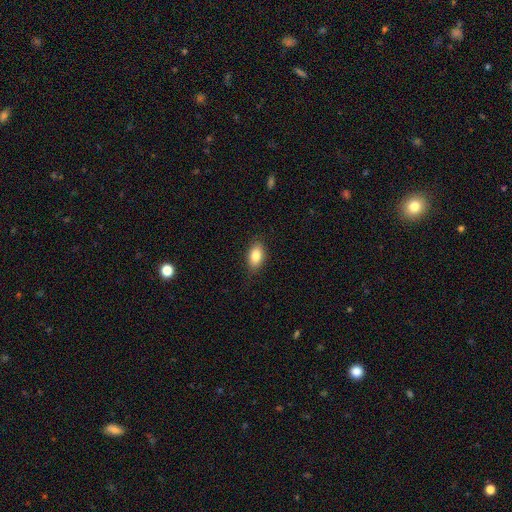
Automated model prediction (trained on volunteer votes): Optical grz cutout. It shows a smooth galaxy with no disk features (84%) that is in between round and cigar-shaped (90%). Merging: none (84%).